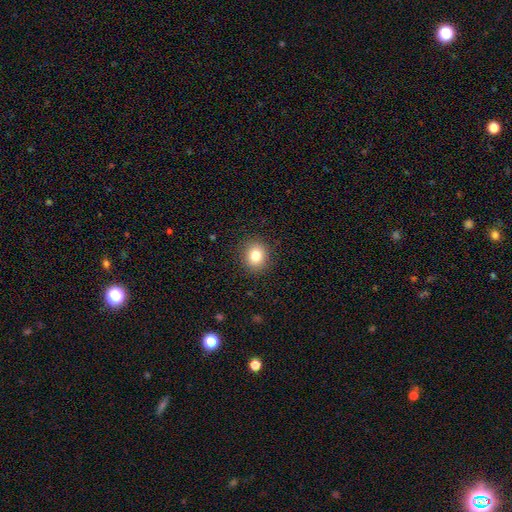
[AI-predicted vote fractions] Q: Smooth or featured?
A: smooth (81%); runner-up: star or artifact (11%)
Q: How rounded?
A: round (83%); runner-up: in between (16%)
Q: Merging?
A: none (90%); runner-up: minor disturbance (7%)